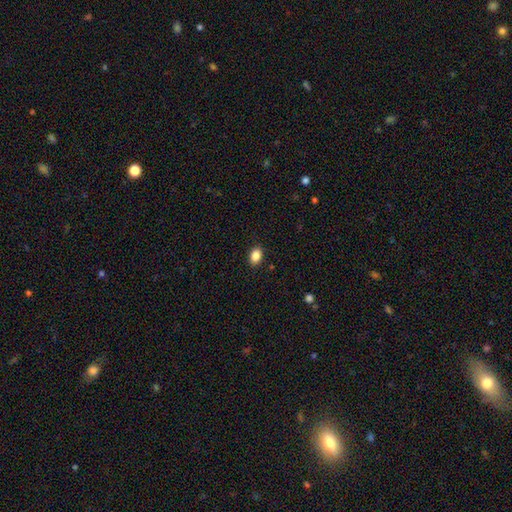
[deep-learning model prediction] This appears to be a smooth galaxy with no disk features (87%) that is in between round and cigar-shaped (77%). Merging: none (89%).